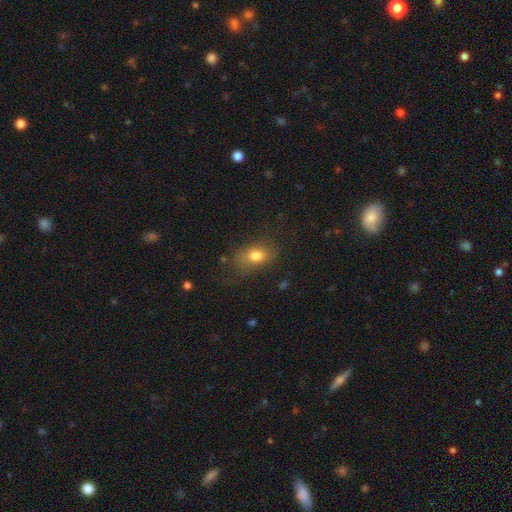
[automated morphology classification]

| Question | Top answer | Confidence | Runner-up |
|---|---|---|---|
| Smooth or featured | smooth | 75% | featured or disk (14%) |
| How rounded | in between | 78% | round (20%) |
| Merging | none | 62% | minor disturbance (21%) |